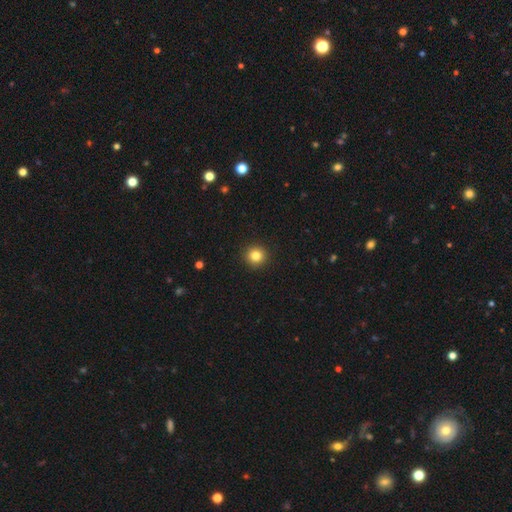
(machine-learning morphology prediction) A smooth galaxy with no disk features (83%) that is round (94%). Merging: none (93%).